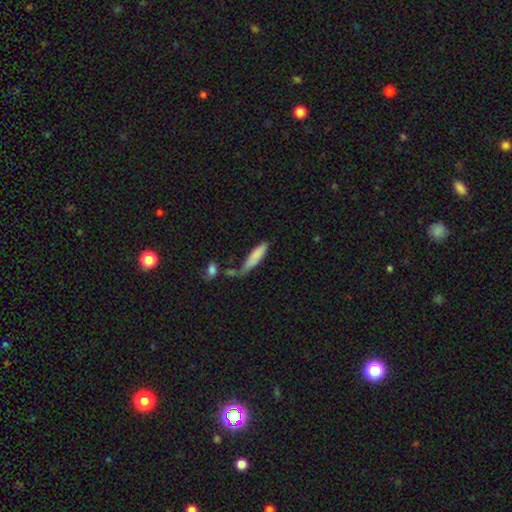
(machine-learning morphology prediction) The model was most divided on "merging": none: 39%, minor disturbance: 27%, merger: 20%, major disturbance: 15%. More confident: smooth or featured — smooth (79%); how rounded — cigar-shaped (72%).